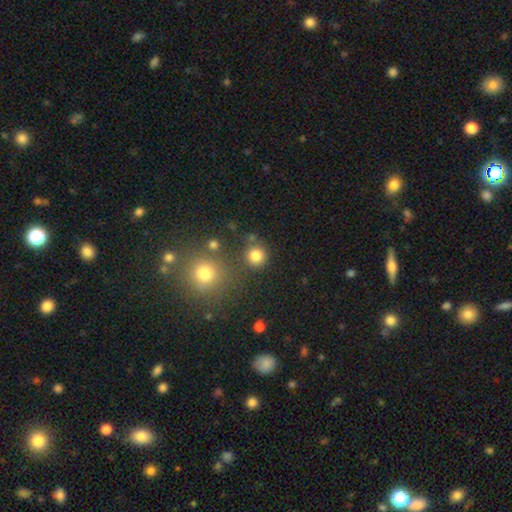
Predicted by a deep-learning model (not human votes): Smooth or featured? Predicted: smooth (p=0.81). How rounded? Predicted: round (p=0.93). Merging? Predicted: none (p=0.81).